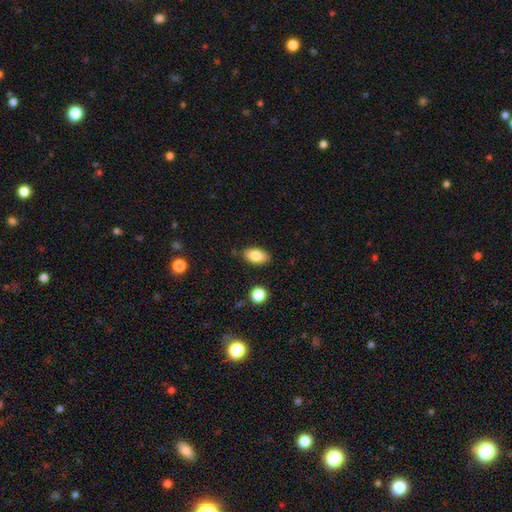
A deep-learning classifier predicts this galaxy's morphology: The model was most divided on "merging": none: 83%, minor disturbance: 12%, merger: 2%, major disturbance: 2%. More confident: how rounded — in between (91%); smooth or featured — smooth (82%).